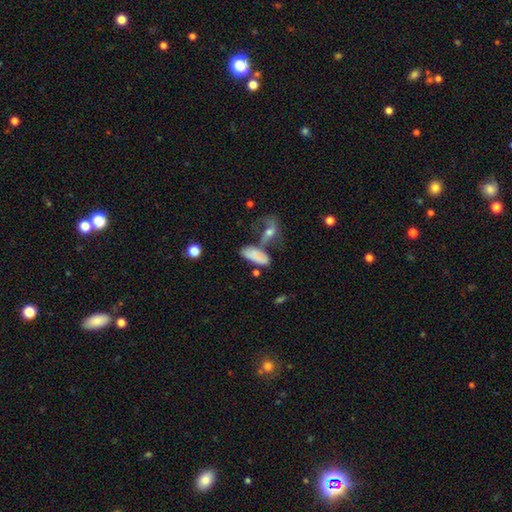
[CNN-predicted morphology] Smooth or featured? smooth (73%)
How rounded? in between (73%)
Merging? none (37%)